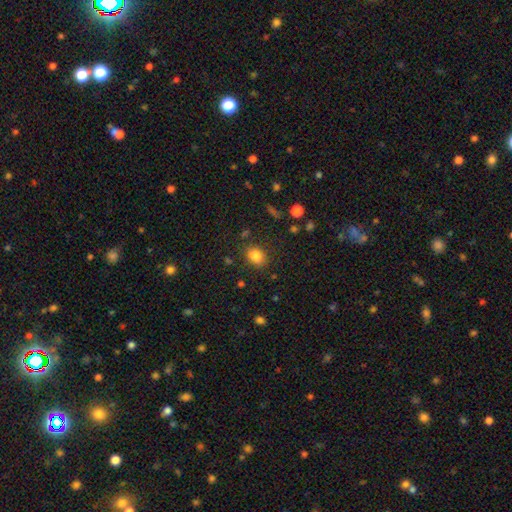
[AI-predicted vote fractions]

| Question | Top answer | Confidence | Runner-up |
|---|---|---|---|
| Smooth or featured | smooth | 83% | star or artifact (11%) |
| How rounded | in between | 64% | round (35%) |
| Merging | none | 80% | minor disturbance (13%) |